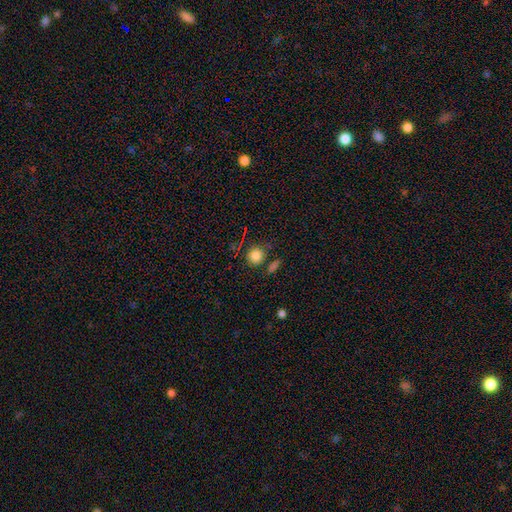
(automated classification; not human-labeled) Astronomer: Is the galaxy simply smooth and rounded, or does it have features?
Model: smooth — 81%.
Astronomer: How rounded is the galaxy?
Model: round — 85%.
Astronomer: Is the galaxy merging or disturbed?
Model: none — 75%.